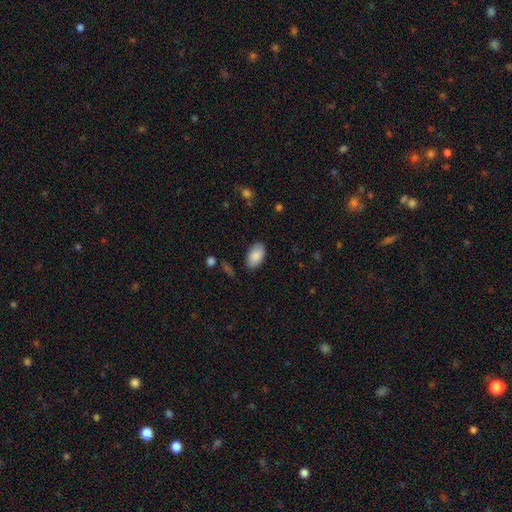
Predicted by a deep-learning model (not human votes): smooth_or_featured: smooth (p=0.87) [alt: star or artifact p=0.06]
how_rounded: in between (p=0.95) [alt: round p=0.04]
merging: none (p=0.84) [alt: minor disturbance p=0.12]